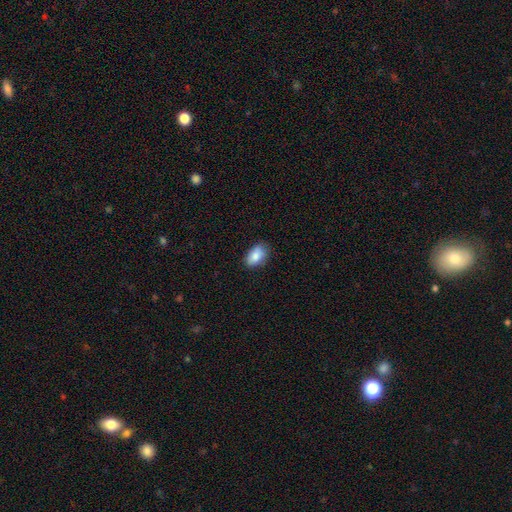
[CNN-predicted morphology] Smooth or featured? Predicted: smooth (p=0.85). How rounded? Predicted: in between (p=0.91). Merging? Predicted: none (p=0.80).